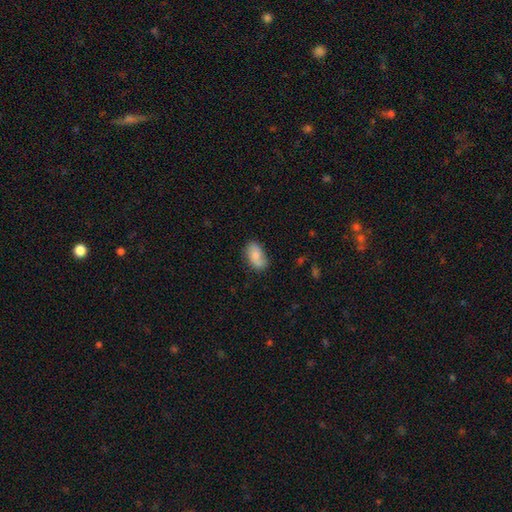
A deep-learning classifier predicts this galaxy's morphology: smooth_or_featured: smooth (p=0.71) [alt: featured or disk p=0.22]
how_rounded: in between (p=0.92) [alt: round p=0.06]
merging: none (p=0.68) [alt: minor disturbance p=0.23]